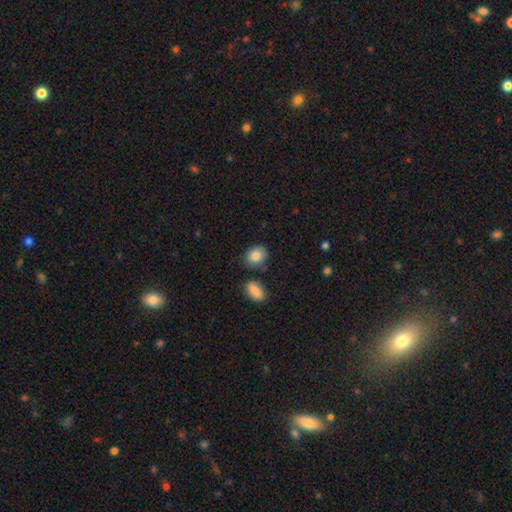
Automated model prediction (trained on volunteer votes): Morphology: type=smooth (86%); roundness=in between (52%); merging=none (74%).